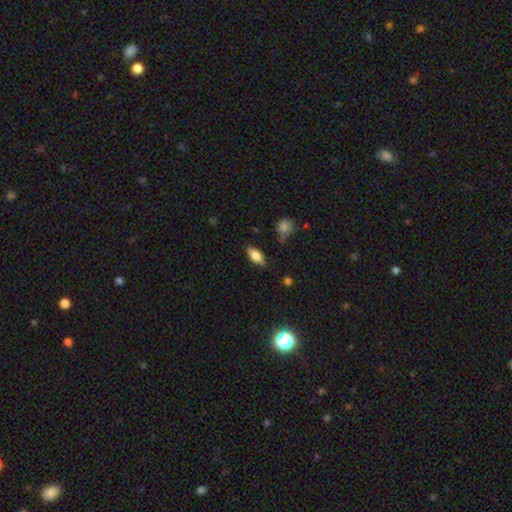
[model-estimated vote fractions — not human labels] Smooth or featured?
  - smooth: 75% *
  - featured or disk: 17%
  - star or artifact: 8%
How rounded?
  - in between: 83% *
  - cigar-shaped: 13%
  - round: 3%
Merging?
  - none: 81% *
  - minor disturbance: 14%
  - major disturbance: 3%
  - merger: 2%